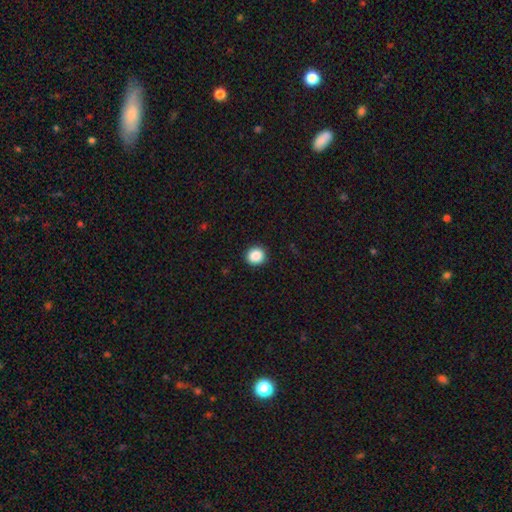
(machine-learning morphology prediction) smooth-or-featured: smooth: 87% | star or artifact: 9% | featured or disk: 3%
  how-rounded: round: 91% | in between: 8% | cigar-shaped: 1%
  merging: none: 92% | minor disturbance: 5% | major disturbance: 2% | merger: 1%